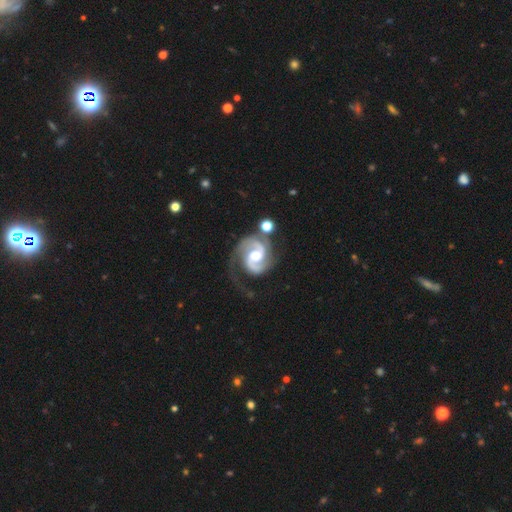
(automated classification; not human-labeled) Overall: featured or disk (92%). Edge-on disk: no (98%). Bar: weak (43%; no 42%). Spiral arms: yes (98%). Spiral arm count: 2 (91%). Spiral winding: medium (53%; tight 36%). Bulge size: moderate (63%). Merging: none (58%; minor disturbance 20%).